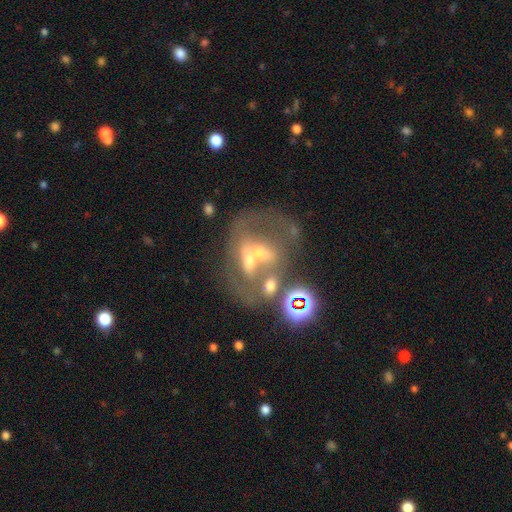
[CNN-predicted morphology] A featured or disk galaxy (58%) with no bar (62%), no spiral arms (68%) and a moderate central bulge (39%). Merging: merger (42%).